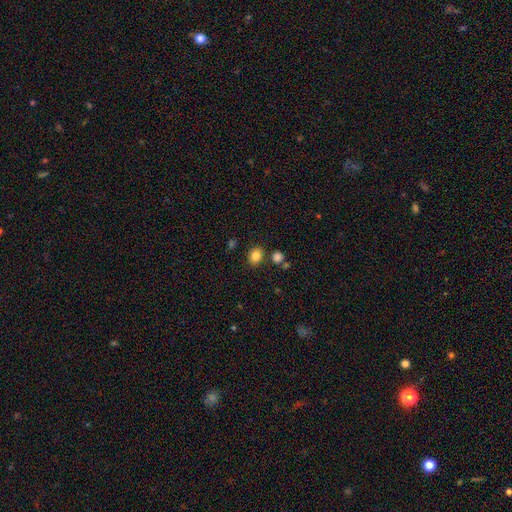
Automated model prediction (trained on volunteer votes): Smooth or featured? Predicted: smooth (p=0.84). How rounded? Predicted: round (p=0.55). Merging? Predicted: none (p=0.81).